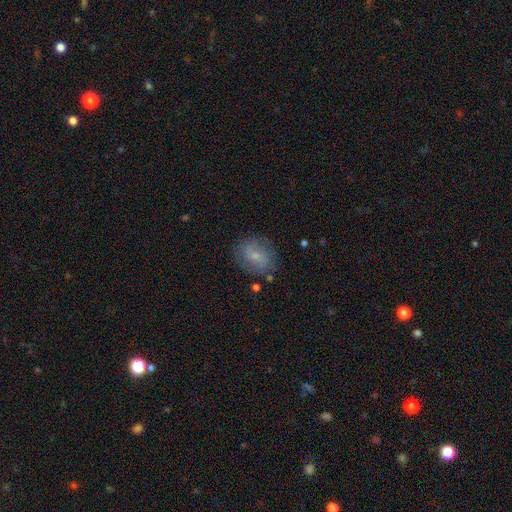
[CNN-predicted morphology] Smooth or featured: smooth — 60% (featured or disk — 31%)
How rounded: in between — 52% (round — 46%)
Merging: none — 77% (minor disturbance — 15%)